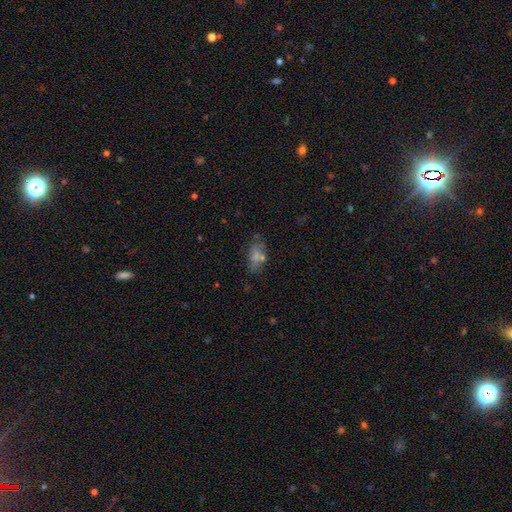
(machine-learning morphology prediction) A smooth galaxy with no disk features (53%) that is in between round and cigar-shaped (74%).

Vote fractions:
- Smooth or featured? smooth: 53% / featured or disk: 25% / star or artifact: 22%
- How rounded? in between: 74% / cigar-shaped: 20% / round: 7%
- Merging? none: 65% / minor disturbance: 19% / major disturbance: 9% / merger: 7%